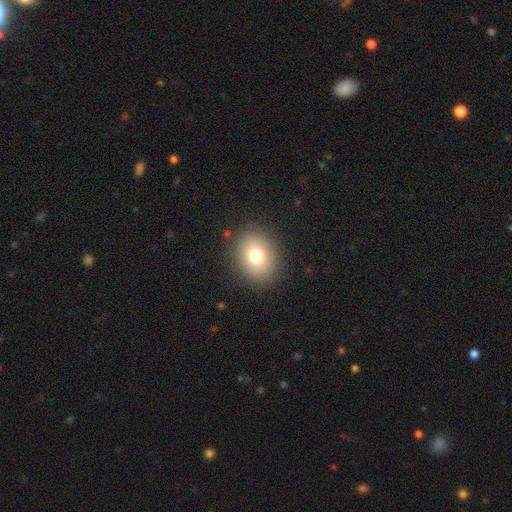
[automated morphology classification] Overall: smooth (76%). How rounded: round (52%; in between 47%). Merging: none (87%).